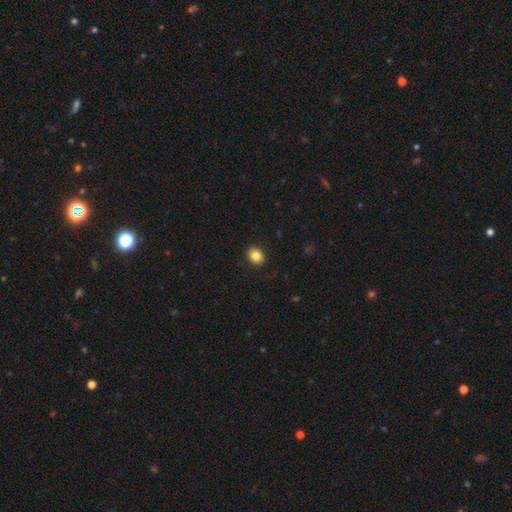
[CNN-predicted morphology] This appears to be a smooth galaxy with no disk features (86%) that is round (54%). Merging: none (89%).